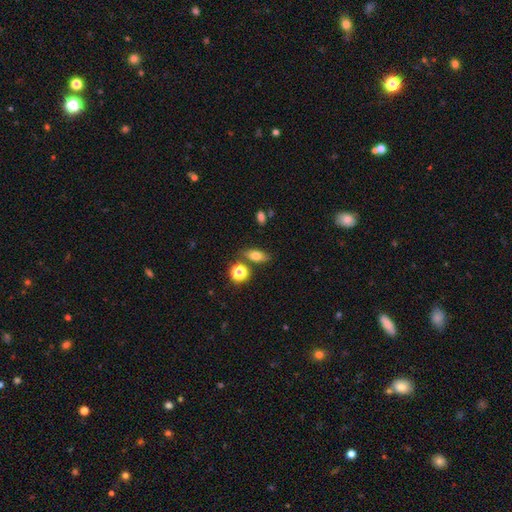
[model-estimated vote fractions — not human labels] This appears to be a smooth galaxy with no disk features (72%) that is in between round and cigar-shaped (73%). Merging: none (76%).